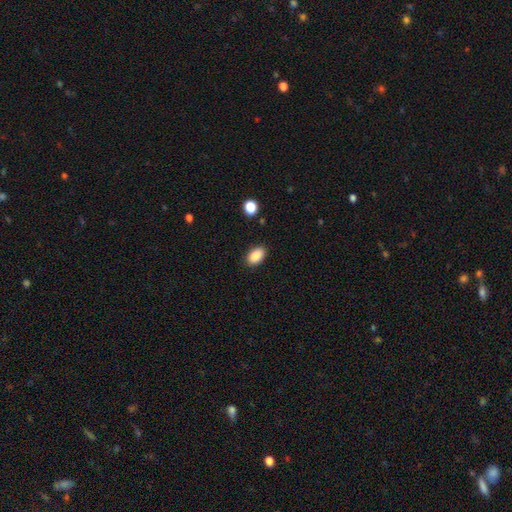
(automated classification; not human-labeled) A smooth galaxy with no disk features (88%) that is in between round and cigar-shaped (90%). Merging: none (88%).